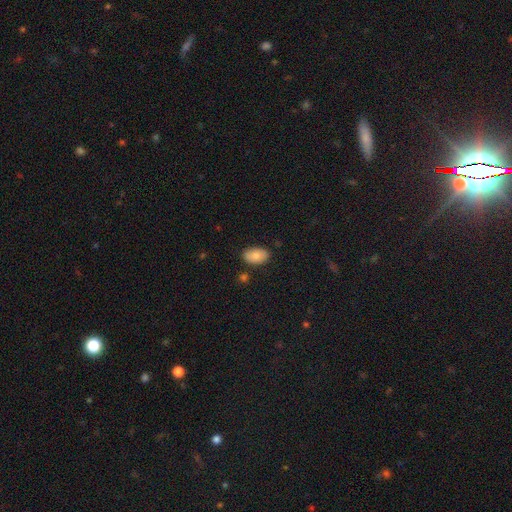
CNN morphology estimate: Smooth or featured? Predicted: smooth (p=0.83). How rounded? Predicted: in between (p=0.92). Merging? Predicted: none (p=0.83).